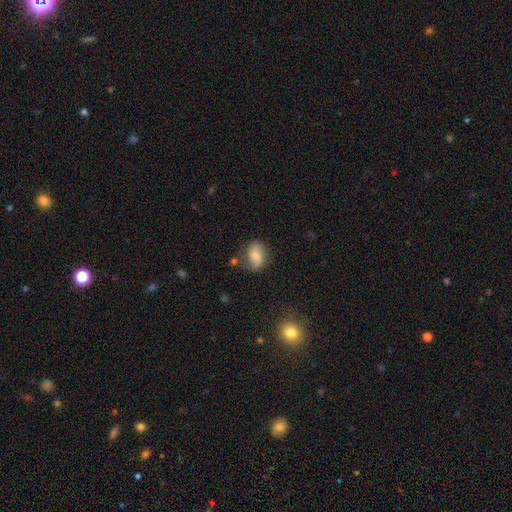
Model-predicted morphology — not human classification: smooth_or_featured: smooth (p=0.65) [alt: featured or disk p=0.26]
how_rounded: in between (p=0.77) [alt: round p=0.21]
merging: none (p=0.55) [alt: minor disturbance p=0.27]